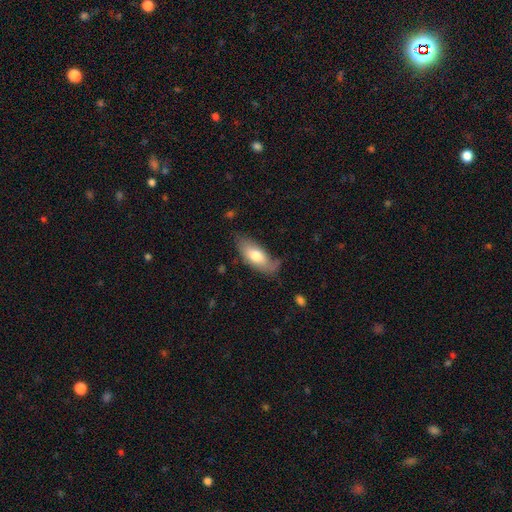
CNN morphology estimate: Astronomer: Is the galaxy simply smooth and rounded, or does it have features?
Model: smooth — 70%.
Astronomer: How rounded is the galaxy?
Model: in between — 84%.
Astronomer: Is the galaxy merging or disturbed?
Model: none — 59%.